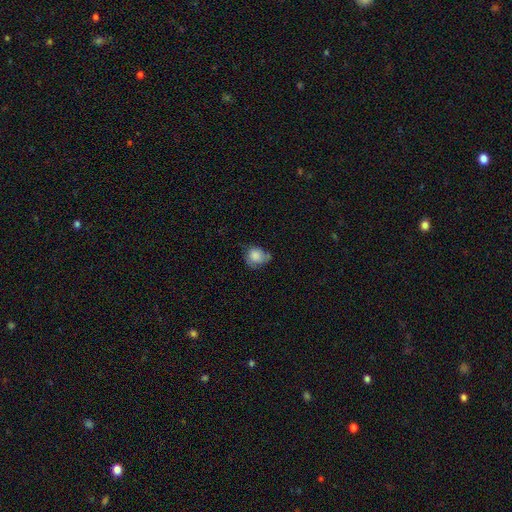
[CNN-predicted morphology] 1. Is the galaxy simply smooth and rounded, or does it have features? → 74% smooth, 18% featured or disk, 8% star or artifact.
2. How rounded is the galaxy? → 65% round, 34% in between, 1% cigar-shaped.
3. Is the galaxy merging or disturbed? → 43% none, 37% minor disturbance, 16% major disturbance, 4% merger.